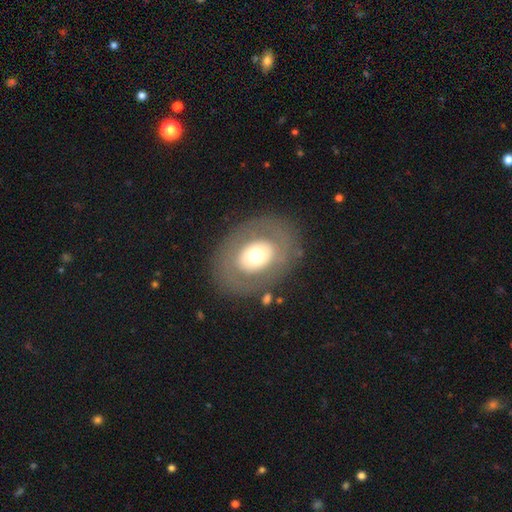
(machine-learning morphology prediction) Smooth or featured? smooth (51%)
How rounded? in between (59%)
Merging? none (82%)